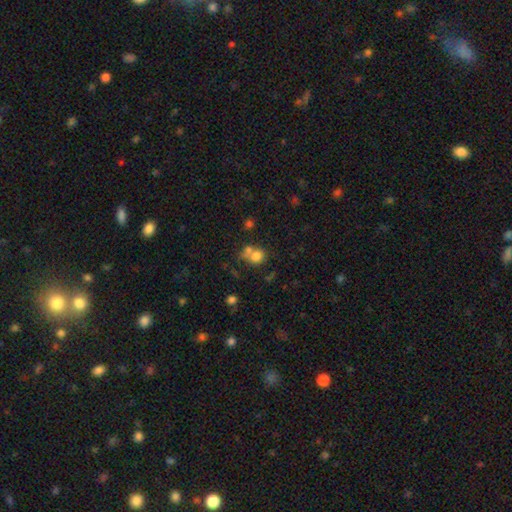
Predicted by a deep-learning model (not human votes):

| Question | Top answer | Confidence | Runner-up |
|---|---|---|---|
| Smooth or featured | smooth | 77% | star or artifact (12%) |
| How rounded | round | 72% | in between (27%) |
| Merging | merger | 43% | none (41%) |